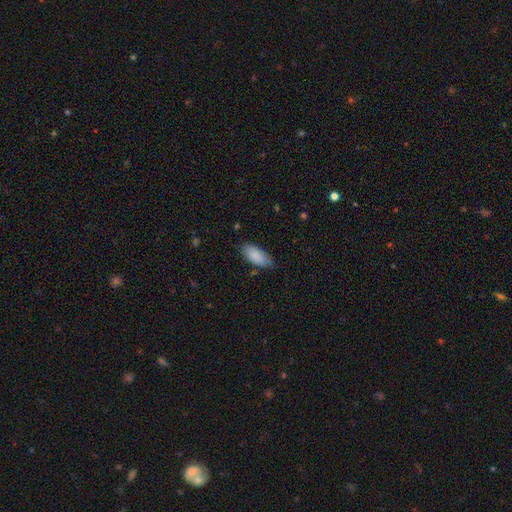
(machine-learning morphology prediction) Smooth or featured: smooth — 88% (star or artifact — 6%)
How rounded: in between — 87% (cigar-shaped — 11%)
Merging: none — 76% (minor disturbance — 20%)